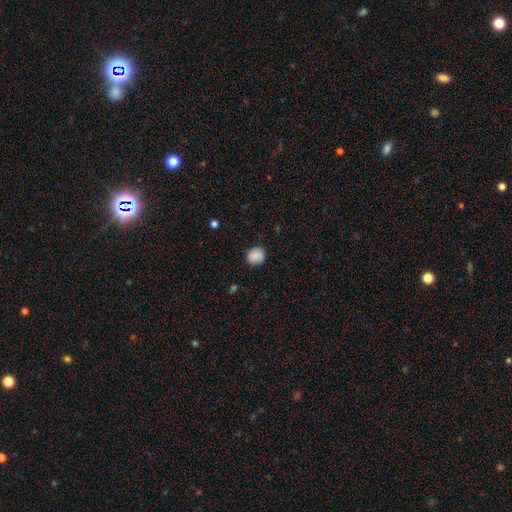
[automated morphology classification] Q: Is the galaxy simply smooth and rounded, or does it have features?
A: smooth — 87%.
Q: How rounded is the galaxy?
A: round — 76%.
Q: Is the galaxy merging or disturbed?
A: none — 85%.